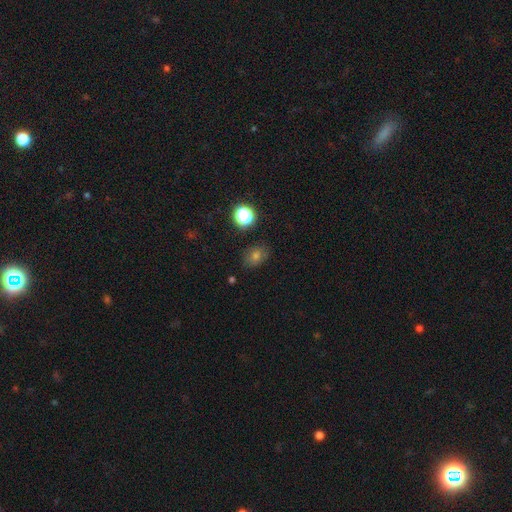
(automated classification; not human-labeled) This appears to be a smooth galaxy with no disk features (64%) that is in between round and cigar-shaped (52%). Merging: none (81%).